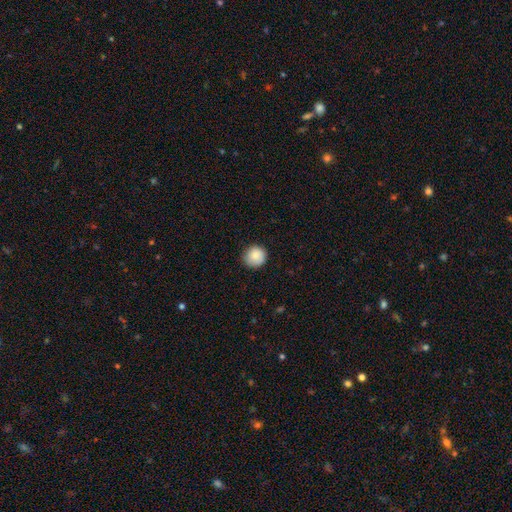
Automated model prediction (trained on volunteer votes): smooth_or_featured: smooth (p=0.86) [alt: star or artifact p=0.08]
how_rounded: round (p=0.94) [alt: in between p=0.05]
merging: none (p=0.86) [alt: minor disturbance p=0.11]